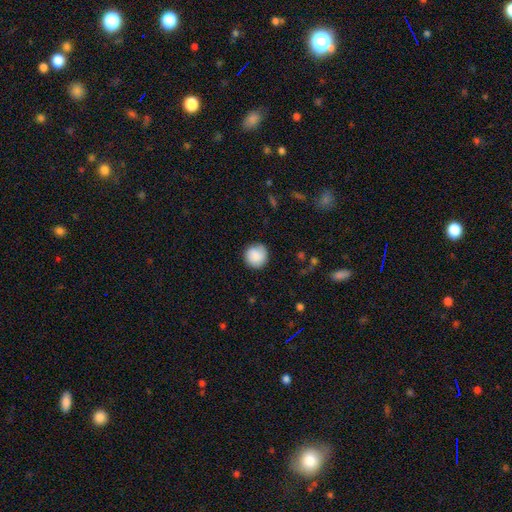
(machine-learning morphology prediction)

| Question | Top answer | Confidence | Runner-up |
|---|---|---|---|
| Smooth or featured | smooth | 88% | star or artifact (7%) |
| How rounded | round | 94% | in between (5%) |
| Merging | none | 87% | minor disturbance (9%) |